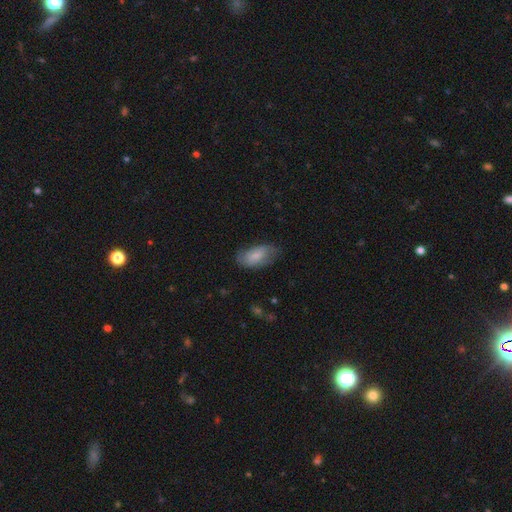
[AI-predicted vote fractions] A smooth galaxy with no disk features (75%) that is in between round and cigar-shaped (92%). Merging: none (62%).